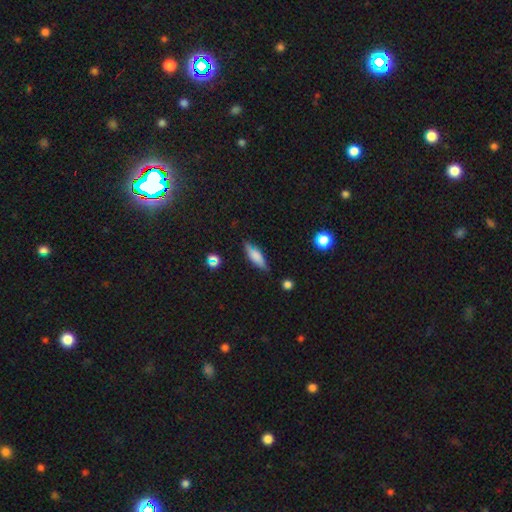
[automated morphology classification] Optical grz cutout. It shows a smooth galaxy with no disk features (68%) that is cigar-shaped (50%). Merging: none (77%).